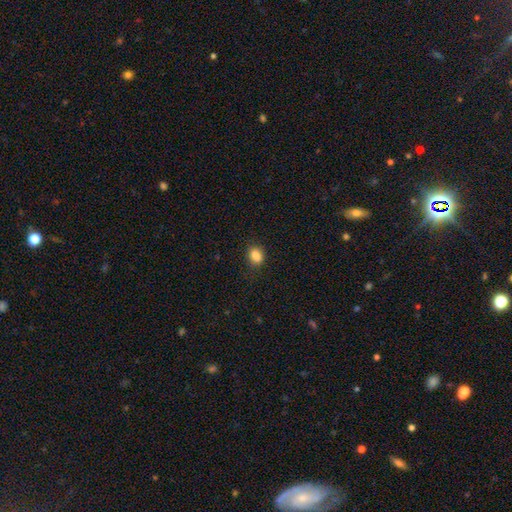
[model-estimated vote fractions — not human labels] Smooth or featured?
  - smooth: 83% *
  - star or artifact: 11%
  - featured or disk: 6%
How rounded?
  - in between: 54% *
  - round: 45%
  - cigar-shaped: 1%
Merging?
  - none: 69% *
  - minor disturbance: 19%
  - merger: 7%
  - major disturbance: 5%